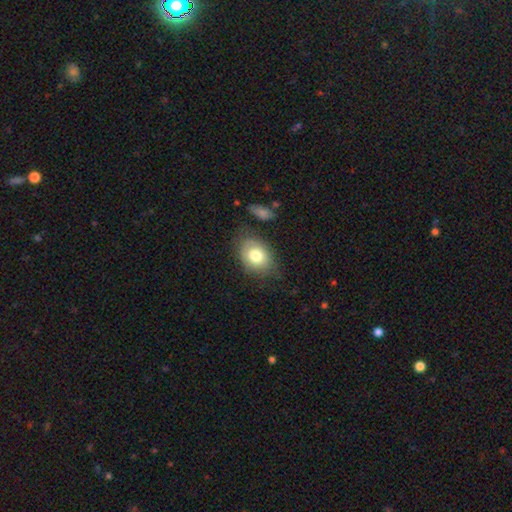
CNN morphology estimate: Smooth or featured? Predicted: smooth (p=0.75). How rounded? Predicted: in between (p=0.67). Merging? Predicted: none (p=0.69).